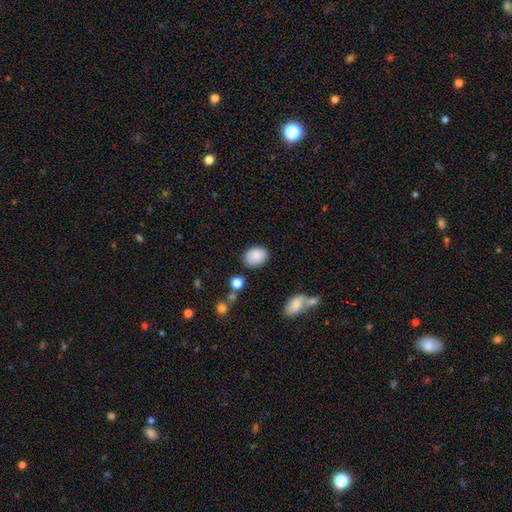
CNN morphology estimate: Smooth or featured?
  - smooth: 87% *
  - star or artifact: 8%
  - featured or disk: 5%
How rounded?
  - in between: 66% *
  - round: 33%
  - cigar-shaped: 1%
Merging?
  - none: 81% *
  - minor disturbance: 13%
  - major disturbance: 3%
  - merger: 3%